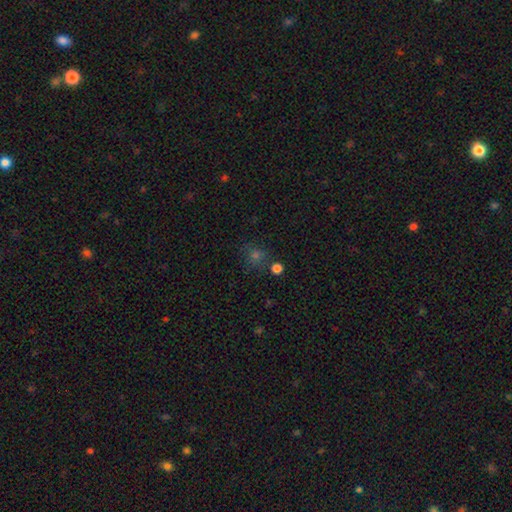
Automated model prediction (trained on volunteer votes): smooth 59%, star or artifact 32%, featured or disk 9%. Down the decision tree: how rounded — round (84%); merging — none (75%).